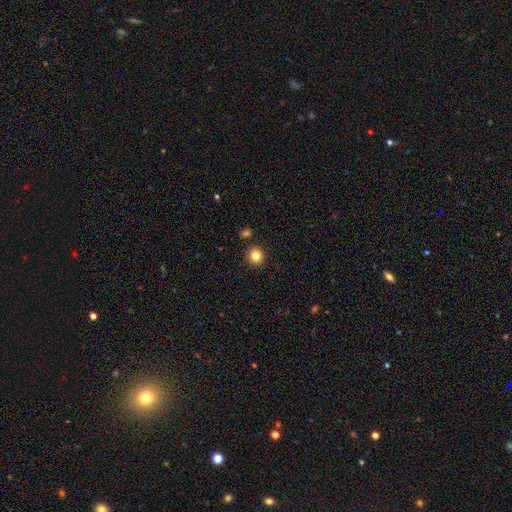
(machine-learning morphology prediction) Overall: smooth (83%). How rounded: round (89%). Merging: none (89%).